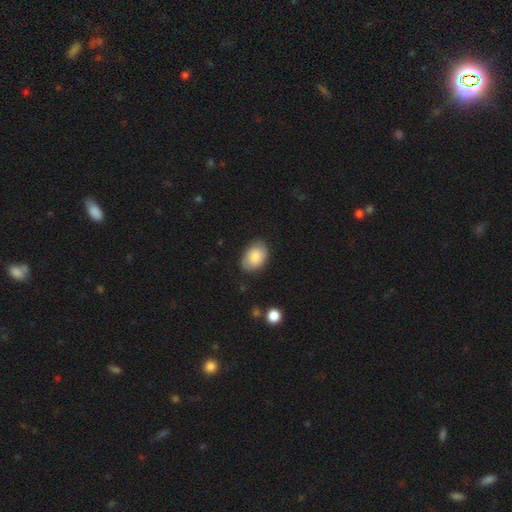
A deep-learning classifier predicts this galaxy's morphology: The model was most divided on "merging": none: 78%, minor disturbance: 17%, major disturbance: 3%, merger: 1%. More confident: how rounded — in between (84%); smooth or featured — smooth (82%).